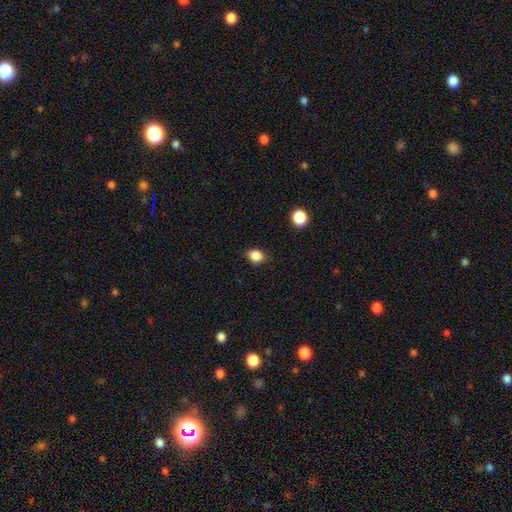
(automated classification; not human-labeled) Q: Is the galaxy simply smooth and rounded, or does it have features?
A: smooth — 86%.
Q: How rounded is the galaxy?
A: round — 53%.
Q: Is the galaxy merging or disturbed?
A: none — 81%.